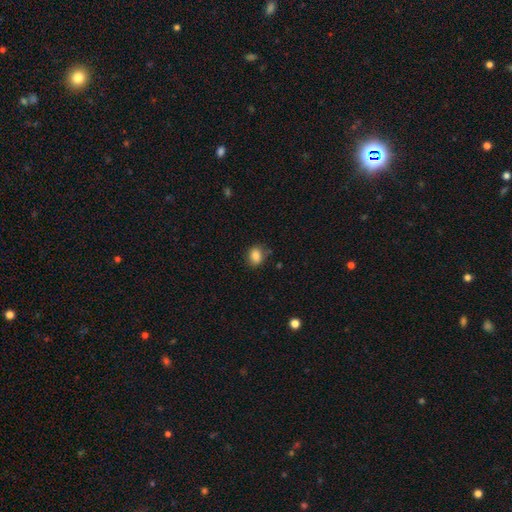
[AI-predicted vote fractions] Overall: smooth (84%). How rounded: round (51%; in between 48%). Merging: none (80%).